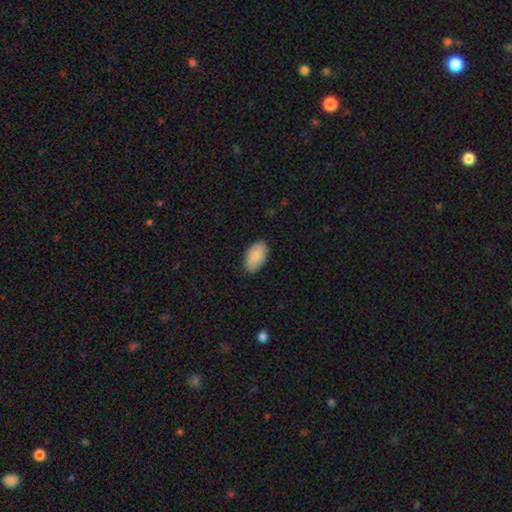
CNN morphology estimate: Smooth or featured: smooth — 87% (featured or disk — 7%)
How rounded: in between — 95% (round — 4%)
Merging: none — 85% (minor disturbance — 12%)